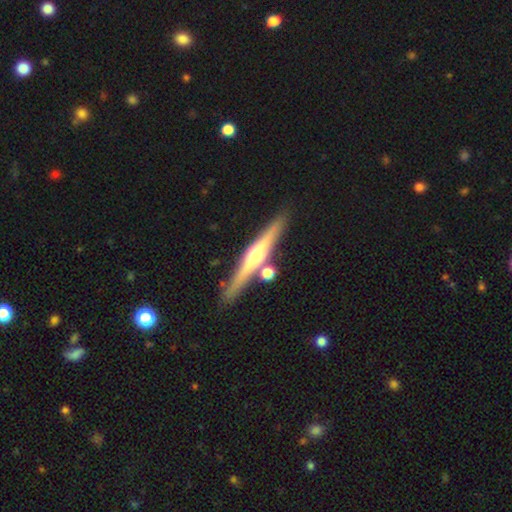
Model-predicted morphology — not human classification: Smooth or featured: featured or disk — 72% (smooth — 22%)
Edge-on disk: yes — 97% (no — 3%)
Edge-on bulge: rounded — 89% (boxy — 6%)
Merging: none — 82% (minor disturbance — 8%)